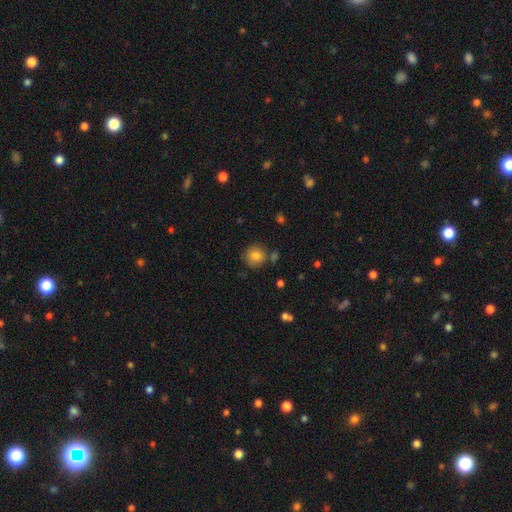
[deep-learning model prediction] The model was most divided on "merging": none: 78%, minor disturbance: 11%, merger: 8%, major disturbance: 3%. More confident: how rounded — round (90%); smooth or featured — smooth (83%).